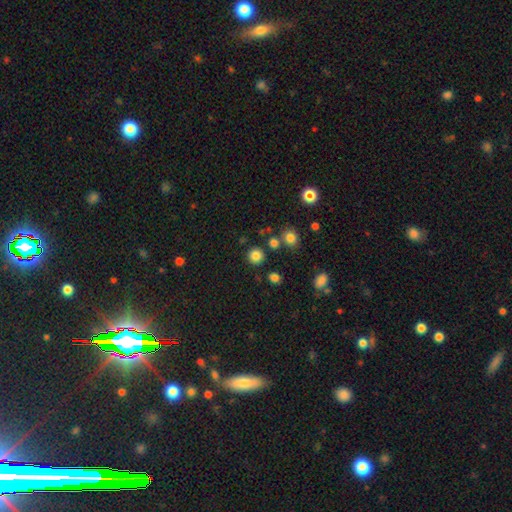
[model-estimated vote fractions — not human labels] Morphology: type=smooth (82%); roundness=round (92%); merging=none (86%).